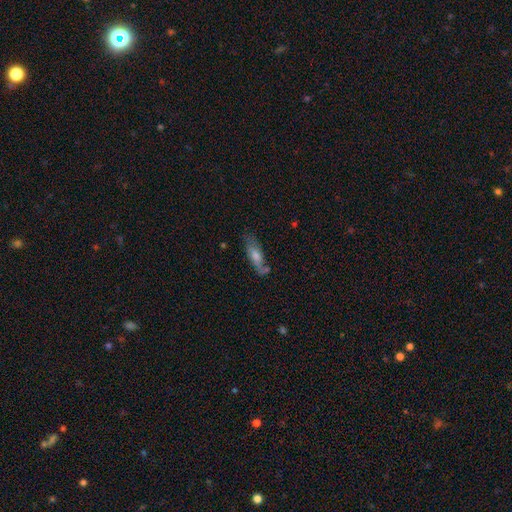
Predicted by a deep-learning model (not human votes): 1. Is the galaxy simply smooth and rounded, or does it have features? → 49% smooth, 43% featured or disk, 8% star or artifact.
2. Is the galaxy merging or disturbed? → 66% none, 21% minor disturbance, 6% merger, 6% major disturbance.